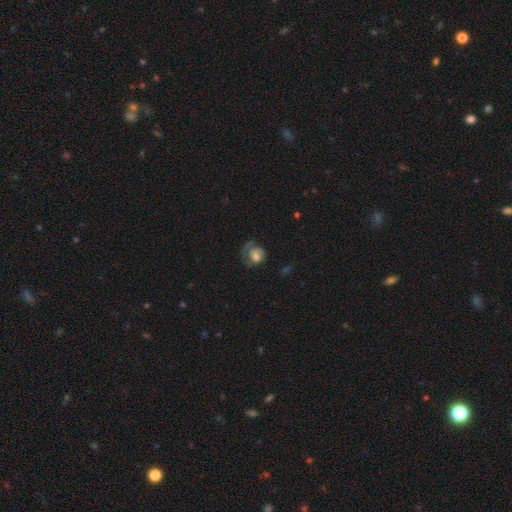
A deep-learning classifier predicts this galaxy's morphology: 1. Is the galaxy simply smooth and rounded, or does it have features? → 50% featured or disk, 40% smooth, 10% star or artifact.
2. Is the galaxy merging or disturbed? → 40% major disturbance, 35% none, 22% minor disturbance, 3% merger.